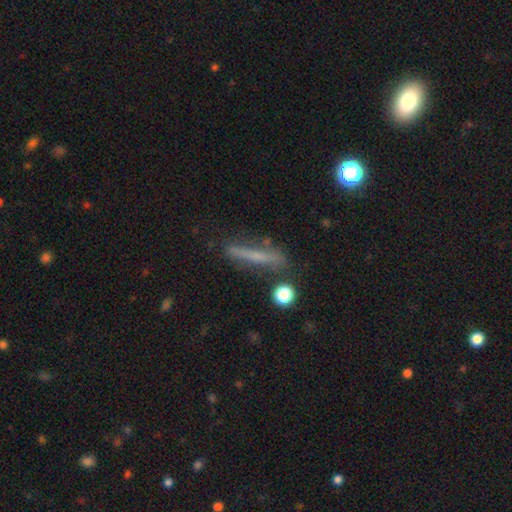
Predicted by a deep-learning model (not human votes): Smooth or featured? smooth (45%)
Merging? none (72%)